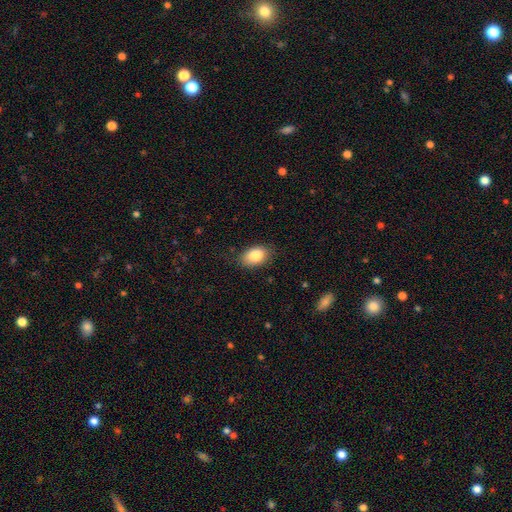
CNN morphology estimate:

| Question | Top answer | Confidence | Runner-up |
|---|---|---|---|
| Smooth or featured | smooth | 83% | featured or disk (9%) |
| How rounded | in between | 85% | round (14%) |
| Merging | none | 82% | minor disturbance (14%) |